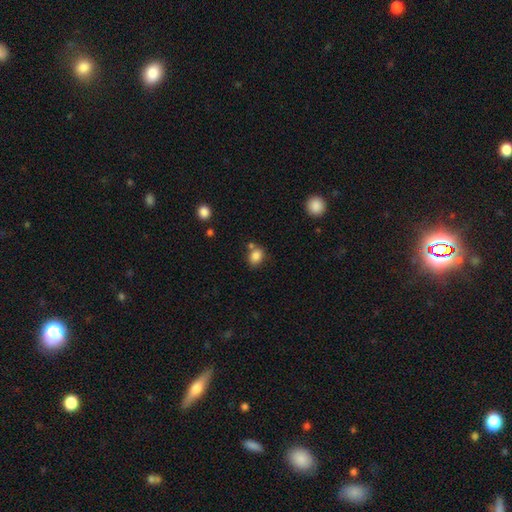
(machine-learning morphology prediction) Overall: smooth (84%). How rounded: in between (59%; round 40%). Merging: none (64%).